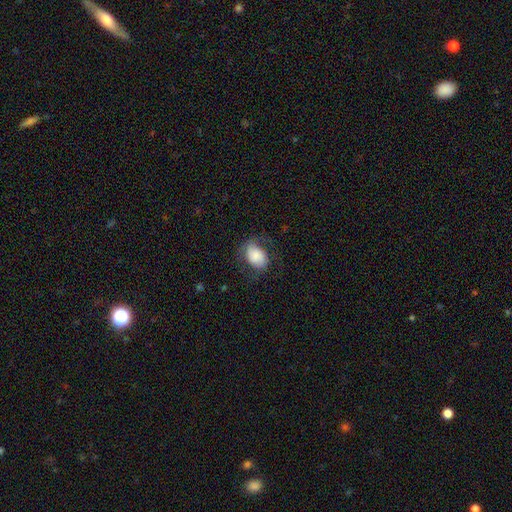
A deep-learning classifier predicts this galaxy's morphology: Q: Smooth or featured?
A: smooth (69%); runner-up: featured or disk (23%)
Q: How rounded?
A: in between (76%); runner-up: round (22%)
Q: Merging?
A: none (59%); runner-up: minor disturbance (24%)